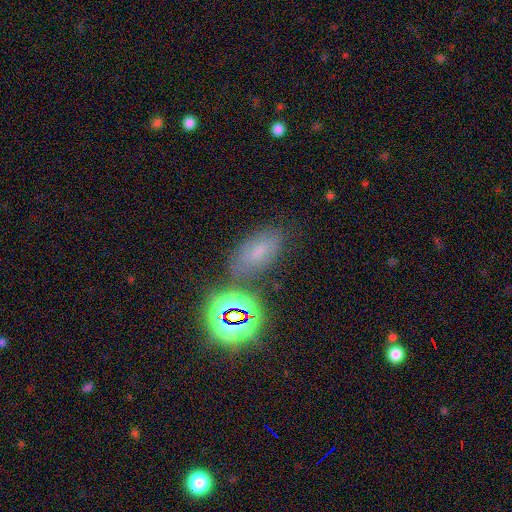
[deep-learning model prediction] smooth_or_featured: star or artifact (p=0.46) [alt: smooth p=0.38]